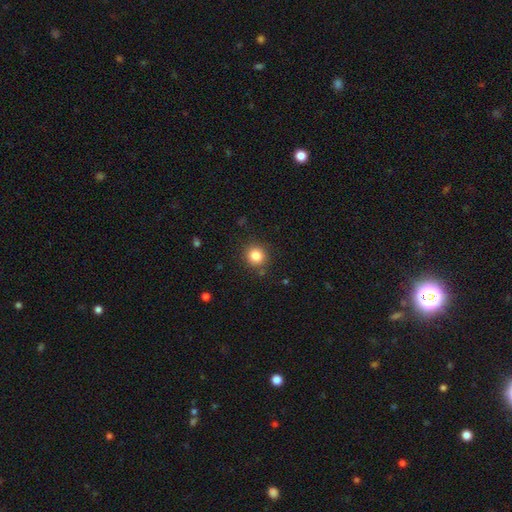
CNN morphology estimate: smooth_or_featured: smooth (p=0.83) [alt: star or artifact p=0.11]
how_rounded: round (p=0.91) [alt: in between p=0.08]
merging: none (p=0.88) [alt: minor disturbance p=0.08]